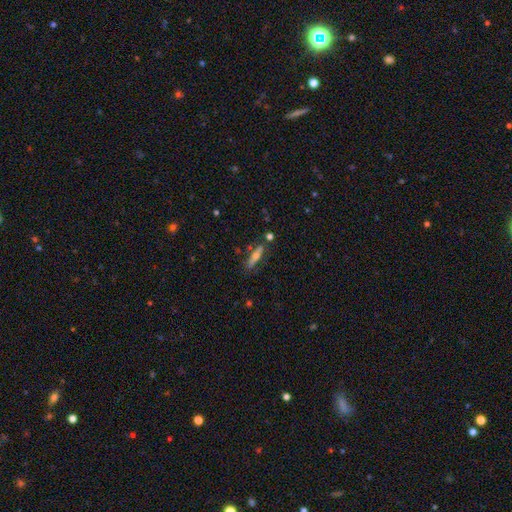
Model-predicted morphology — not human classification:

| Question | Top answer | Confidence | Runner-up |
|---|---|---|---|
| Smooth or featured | smooth | 47% | featured or disk (45%) |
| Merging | none | 68% | minor disturbance (17%) |